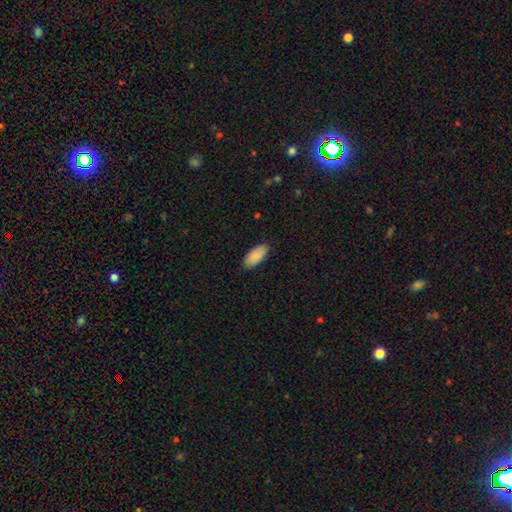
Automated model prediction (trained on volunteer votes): Smooth or featured: smooth — 90% (star or artifact — 6%)
How rounded: in between — 90% (cigar-shaped — 9%)
Merging: none — 87% (minor disturbance — 10%)